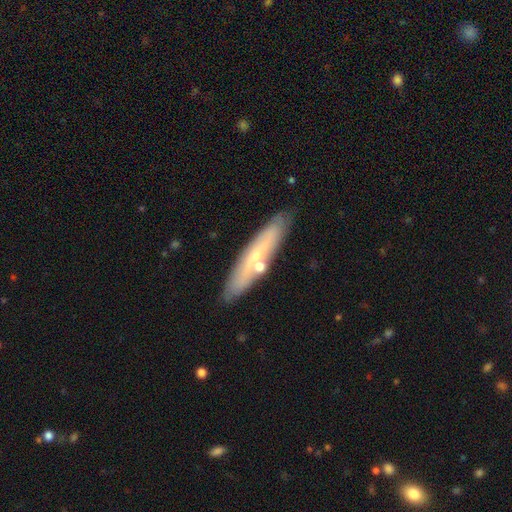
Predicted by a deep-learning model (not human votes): A featured or disk galaxy (50%) viewed edge-on (66%). Merging: none (82%).